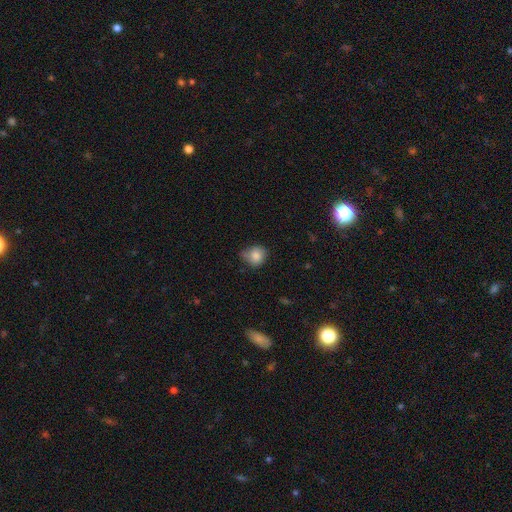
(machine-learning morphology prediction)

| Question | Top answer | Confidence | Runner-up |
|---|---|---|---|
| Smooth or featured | smooth | 83% | star or artifact (9%) |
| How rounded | round | 74% | in between (25%) |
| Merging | none | 54% | minor disturbance (36%) |